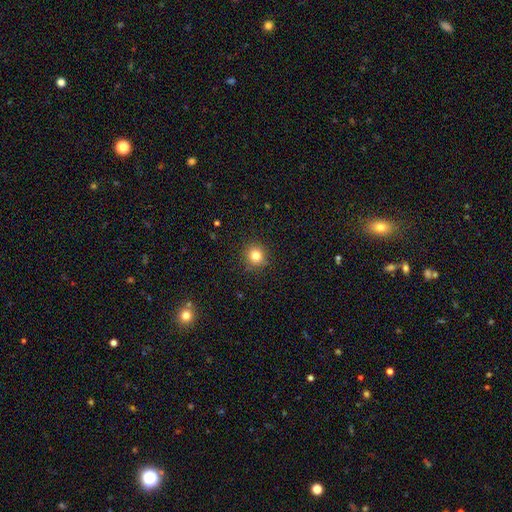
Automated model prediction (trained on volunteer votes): A smooth galaxy with no disk features (81%) that is round (90%). Merging: none (90%).